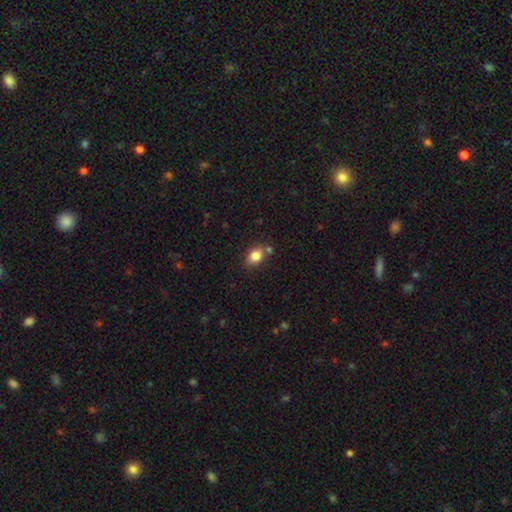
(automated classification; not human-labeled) The model was most divided on "how rounded": in between: 72%, round: 26%, cigar-shaped: 2%. More confident: smooth or featured — smooth (82%); merging — none (69%).